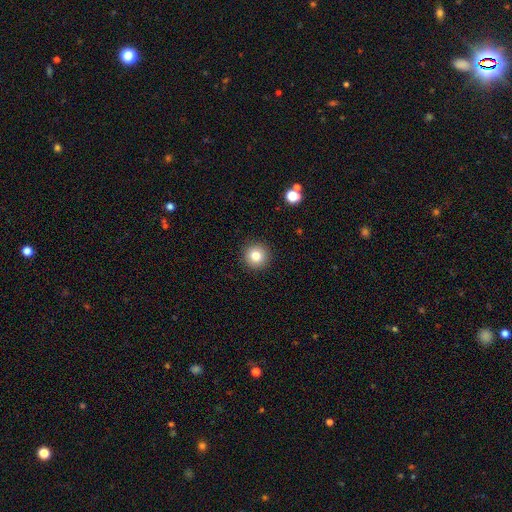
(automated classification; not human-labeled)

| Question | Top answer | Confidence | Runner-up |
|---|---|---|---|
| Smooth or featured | smooth | 81% | star or artifact (11%) |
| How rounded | round | 96% | in between (4%) |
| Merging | none | 92% | minor disturbance (5%) |